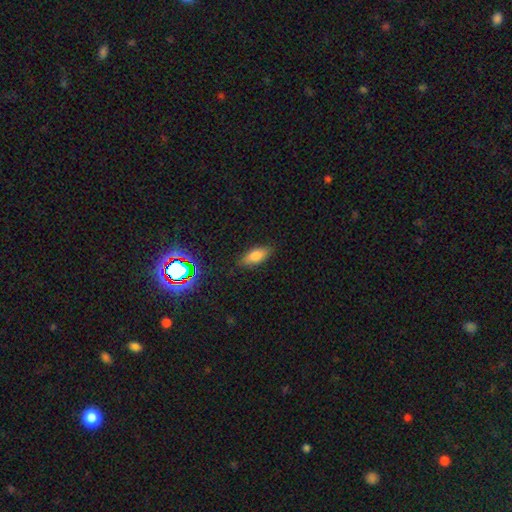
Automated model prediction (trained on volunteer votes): smooth-or-featured: smooth: 79% | featured or disk: 11% | star or artifact: 11%
  how-rounded: in between: 80% | cigar-shaped: 17% | round: 3%
  merging: none: 84% | minor disturbance: 12% | major disturbance: 3% | merger: 1%